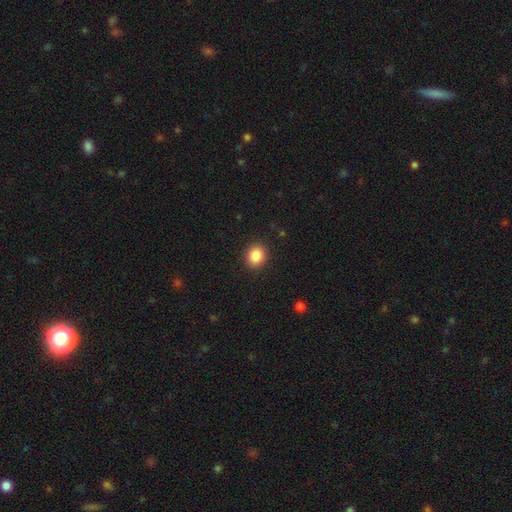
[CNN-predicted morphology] smooth 86%, star or artifact 10%, featured or disk 4%. Down the decision tree: how rounded — round (68%); merging — none (90%).